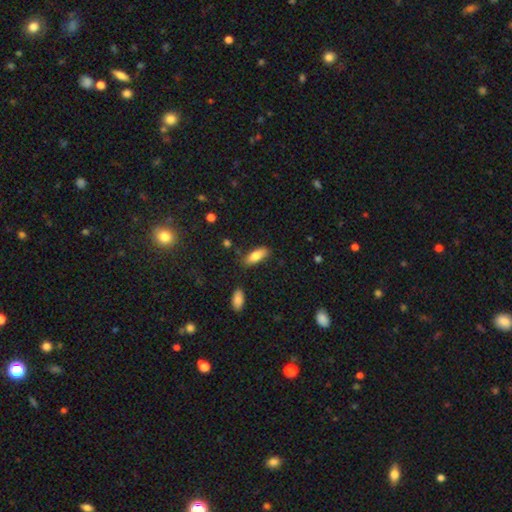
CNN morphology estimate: A smooth galaxy with no disk features (81%) that is in between round and cigar-shaped (72%).

Vote fractions:
- Smooth or featured? smooth: 81% / featured or disk: 13% / star or artifact: 7%
- How rounded? in between: 72% / cigar-shaped: 26% / round: 2%
- Merging? none: 78% / minor disturbance: 15% / major disturbance: 3% / merger: 3%